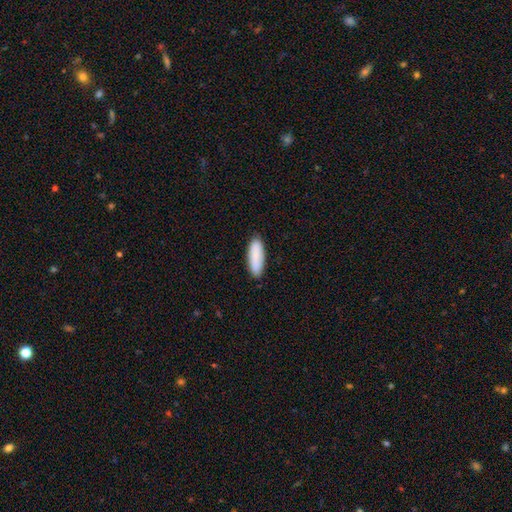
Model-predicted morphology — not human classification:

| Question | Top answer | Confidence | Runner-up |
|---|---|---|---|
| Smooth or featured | smooth | 88% | featured or disk (6%) |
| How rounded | in between | 60% | cigar-shaped (38%) |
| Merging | none | 87% | minor disturbance (10%) |